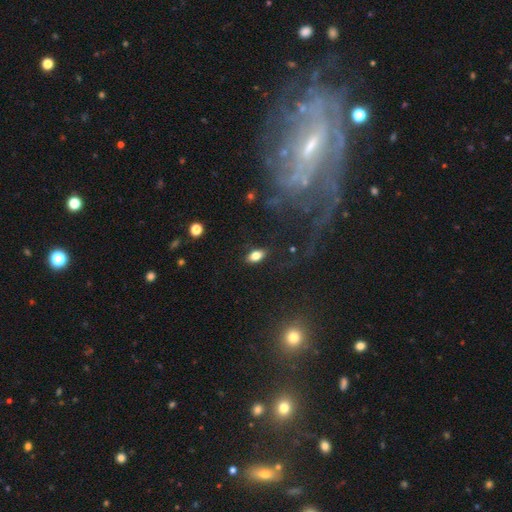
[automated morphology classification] A smooth galaxy with no disk features (79%) that is in between round and cigar-shaped (88%). Merging: none (85%).